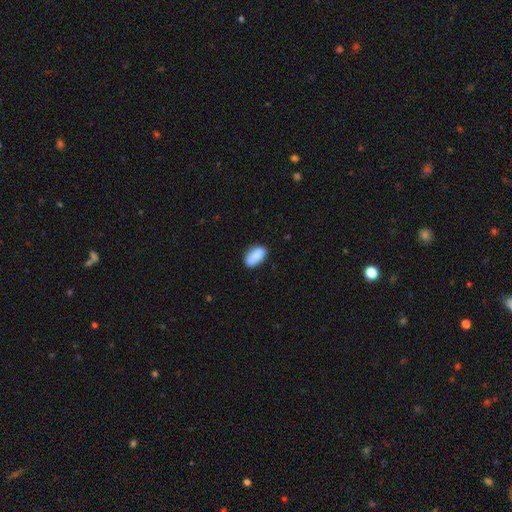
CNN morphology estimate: A smooth galaxy with no disk features (87%) that is in between round and cigar-shaped (90%). Merging: none (81%).